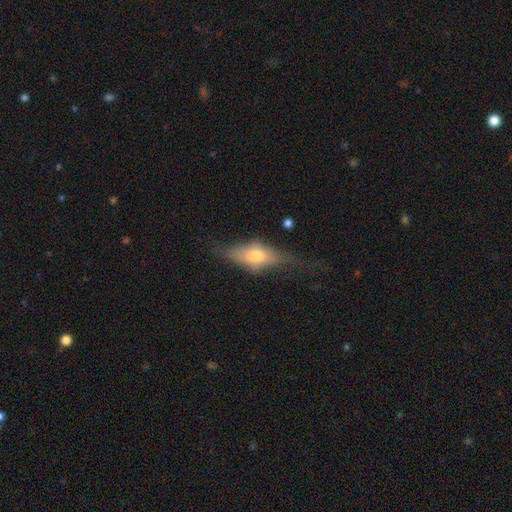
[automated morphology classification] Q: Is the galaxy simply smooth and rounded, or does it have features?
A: smooth — 50%.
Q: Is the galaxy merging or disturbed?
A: none — 51%.